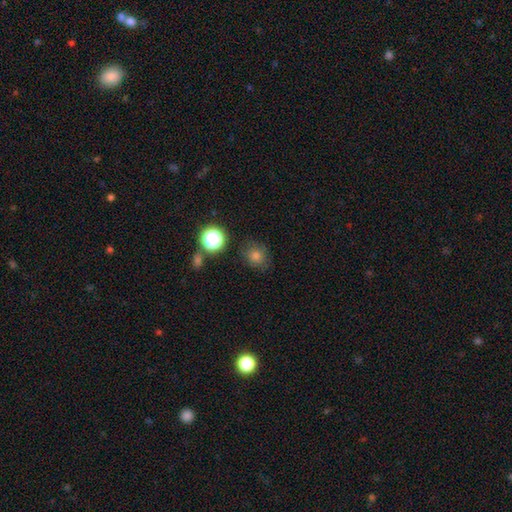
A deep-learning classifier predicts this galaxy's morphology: This appears to be a smooth galaxy with no disk features (74%) that is round (82%). Merging: none (81%).